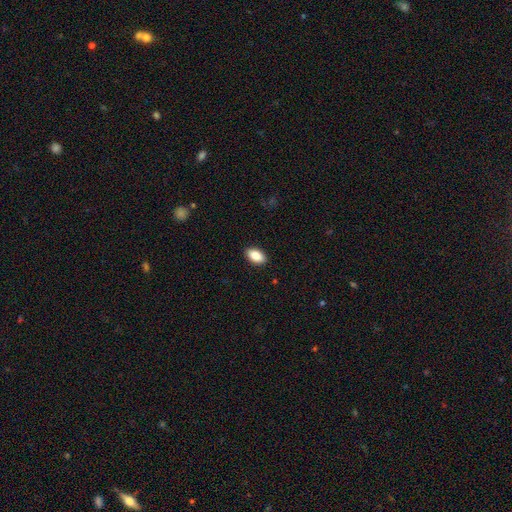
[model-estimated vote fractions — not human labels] Smooth or featured? Predicted: smooth (p=0.86). How rounded? Predicted: in between (p=0.92). Merging? Predicted: none (p=0.90).